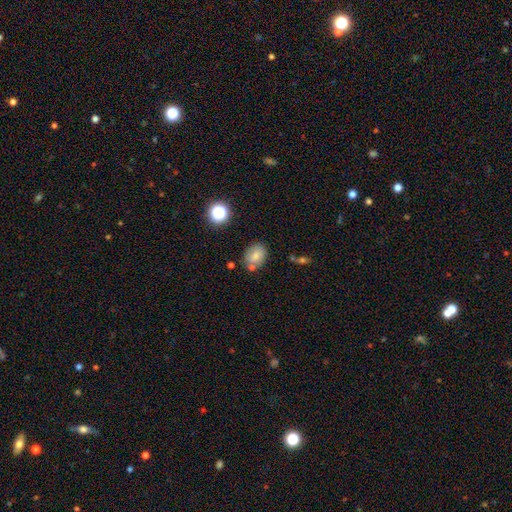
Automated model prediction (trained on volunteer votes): Q: Smooth or featured?
A: smooth (73%); runner-up: featured or disk (15%)
Q: How rounded?
A: in between (63%); runner-up: round (36%)
Q: Merging?
A: none (69%); runner-up: minor disturbance (16%)